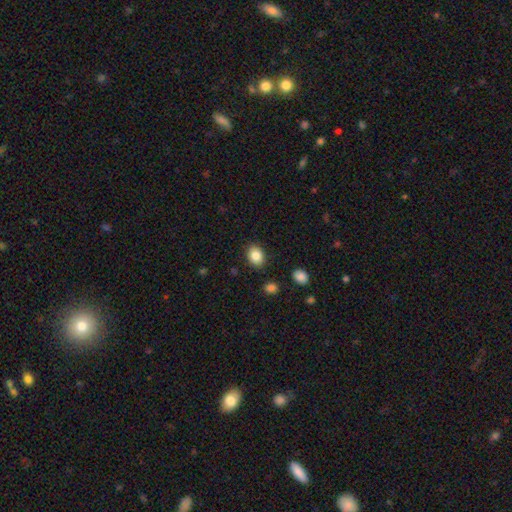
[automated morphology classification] A smooth galaxy with no disk features (85%) that is in between round and cigar-shaped (65%). Merging: none (87%).